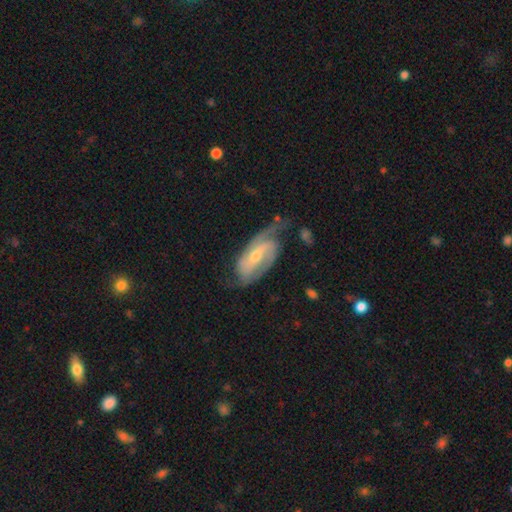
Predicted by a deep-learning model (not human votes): A featured or disk galaxy (85%) with a weak bar (42%), 2 (79%) medium (45%) spiral arms (96%) and a small central bulge (53%).

Vote fractions:
- Smooth or featured? featured or disk: 85% / smooth: 10% / star or artifact: 5%
- Edge-on disk? no: 95% / yes: 5%
- Bar? weak: 42% / strong: 32% / no: 26%
- Spiral arms? yes: 96% / no: 4%
- Spiral winding? medium: 45% / tight: 35% / loose: 20%
- Spiral arm count? 2: 79% / can't tell: 8% / 1: 6% / 3: 4% / 4: 1% / more than 4: 1%
- Bulge size? small: 53% / moderate: 43% / large: 2% / none: 2% / dominant: 1%
- Merging? none: 58% / minor disturbance: 24% / major disturbance: 15% / merger: 3%